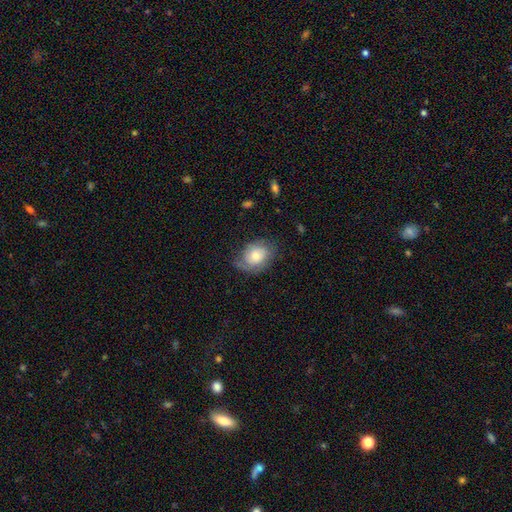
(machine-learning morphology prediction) Smooth or featured? smooth (59%)
How rounded? in between (64%)
Merging? none (60%)